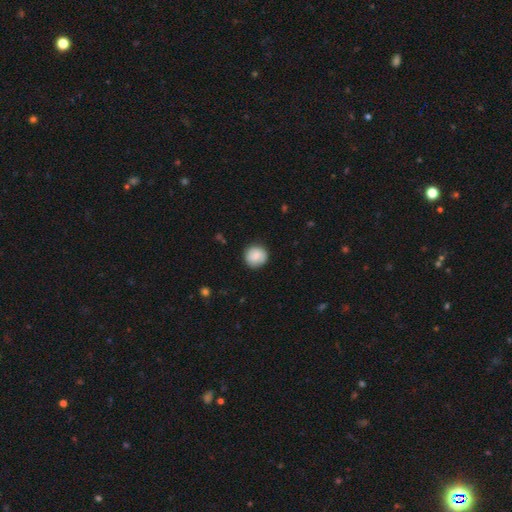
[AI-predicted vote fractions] This is clearly a smooth galaxy (84%). How rounded: clearly round (92%). Merging: clearly none (87%).